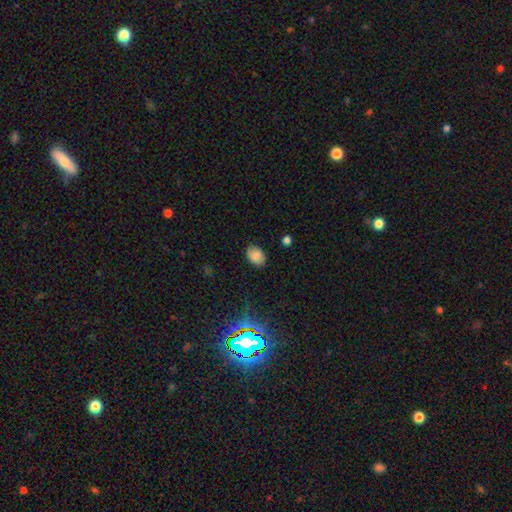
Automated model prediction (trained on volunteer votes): This is clearly a smooth galaxy (83%). How rounded: clearly in between (81%). Merging: clearly none (83%).